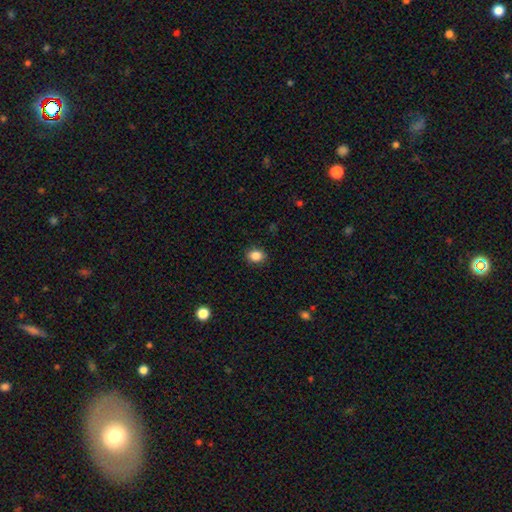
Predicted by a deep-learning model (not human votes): Morphology: type=smooth (87%); roundness=round (53%); merging=none (89%).